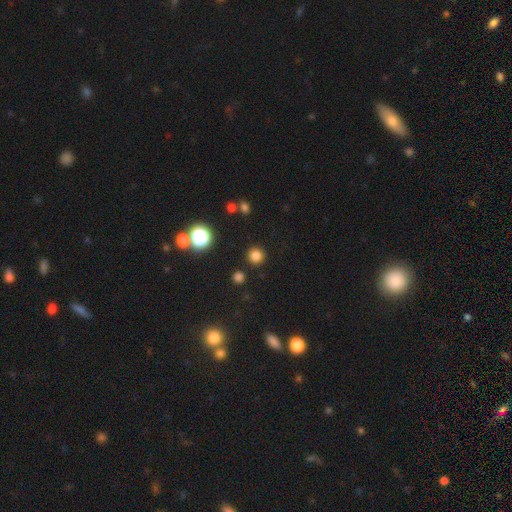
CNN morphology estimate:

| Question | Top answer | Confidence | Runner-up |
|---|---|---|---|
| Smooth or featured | smooth | 79% | star or artifact (17%) |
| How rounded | round | 95% | in between (4%) |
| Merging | none | 90% | minor disturbance (5%) |